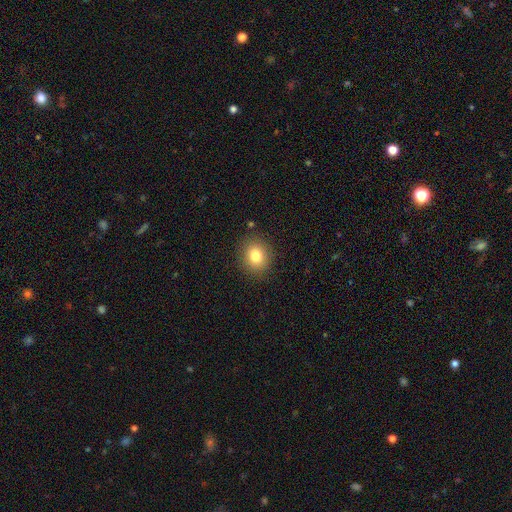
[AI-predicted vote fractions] This appears to be a smooth galaxy with no disk features (80%) that is round (75%). Merging: none (88%).